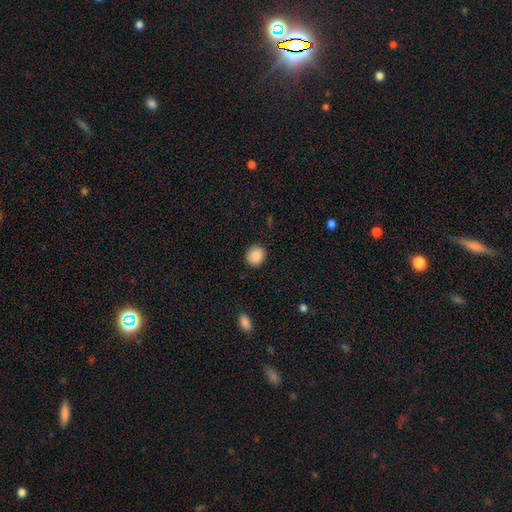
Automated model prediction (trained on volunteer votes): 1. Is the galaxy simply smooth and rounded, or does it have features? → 89% smooth, 8% star or artifact, 3% featured or disk.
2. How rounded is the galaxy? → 84% round, 15% in between, 1% cigar-shaped.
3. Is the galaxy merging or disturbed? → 90% none, 6% minor disturbance, 2% major disturbance, 1% merger.